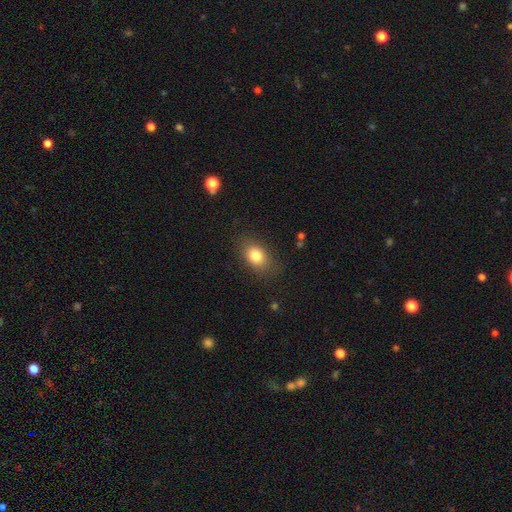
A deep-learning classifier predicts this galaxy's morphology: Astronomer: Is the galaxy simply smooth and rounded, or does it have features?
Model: smooth — 81%.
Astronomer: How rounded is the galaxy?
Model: in between — 75%.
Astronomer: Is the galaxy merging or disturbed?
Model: none — 80%.